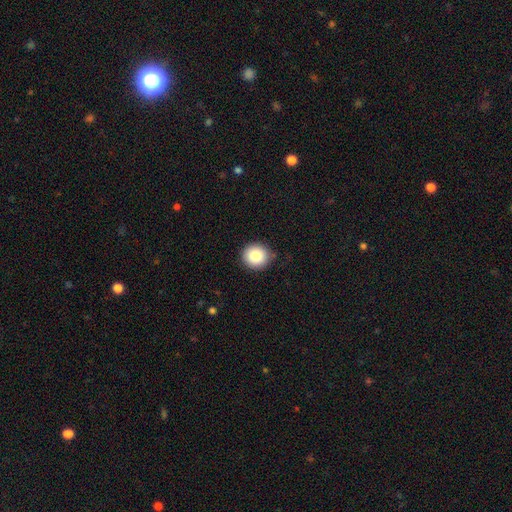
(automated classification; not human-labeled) Smooth or featured: smooth — 86% (star or artifact — 9%)
How rounded: round — 90% (in between — 9%)
Merging: none — 87% (minor disturbance — 10%)